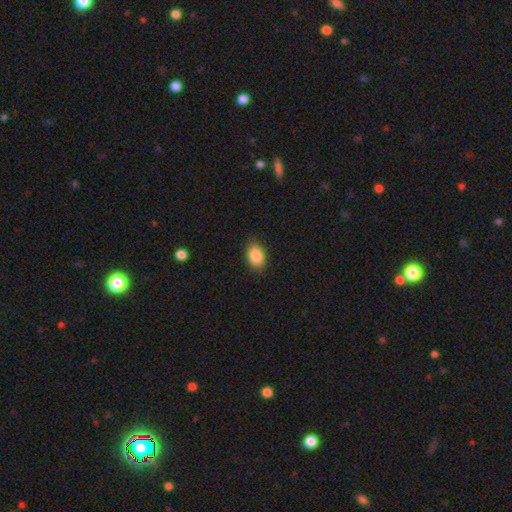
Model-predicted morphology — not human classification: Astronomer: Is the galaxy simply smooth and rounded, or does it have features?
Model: smooth — 88%.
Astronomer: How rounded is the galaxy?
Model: in between — 86%.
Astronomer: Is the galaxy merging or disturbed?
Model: none — 86%.